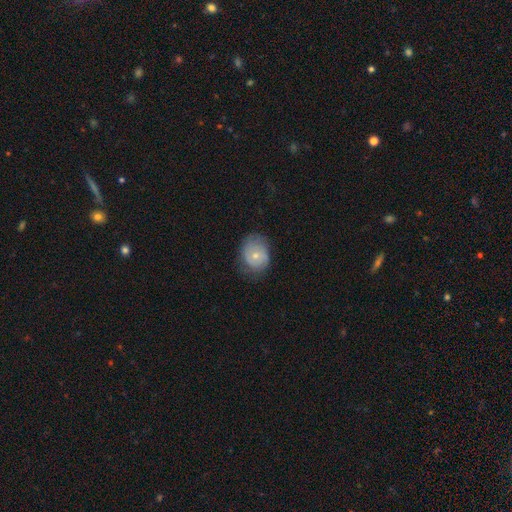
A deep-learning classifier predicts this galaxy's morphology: The model was most divided on "how rounded": round: 58%, in between: 41%, cigar-shaped: 1%. More confident: merging — none (62%); smooth or featured — smooth (55%).